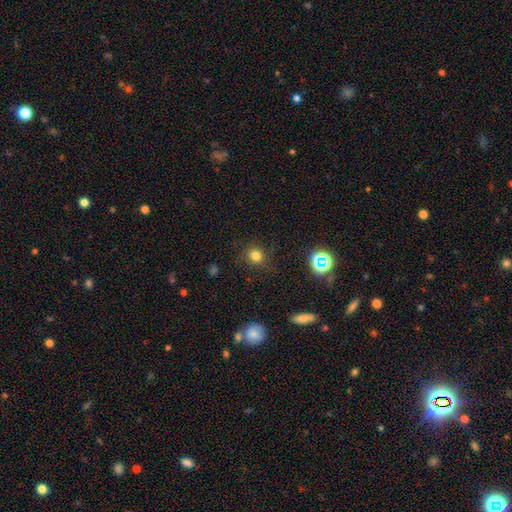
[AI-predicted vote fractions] Smooth or featured? Predicted: smooth (p=0.77). How rounded? Predicted: round (p=0.89). Merging? Predicted: none (p=0.86).